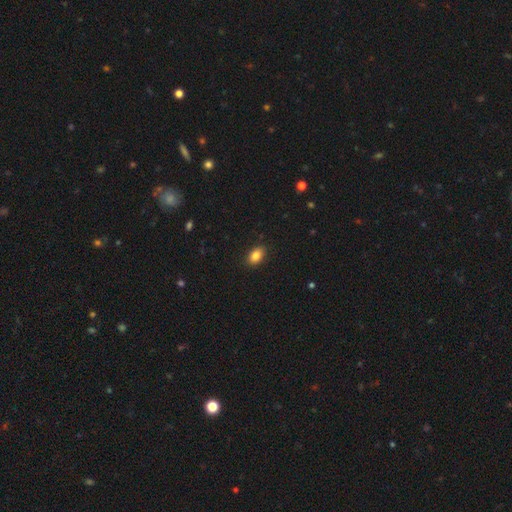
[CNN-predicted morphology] Smooth or featured: smooth — 85% (star or artifact — 9%)
How rounded: in between — 85% (round — 13%)
Merging: none — 89% (minor disturbance — 8%)